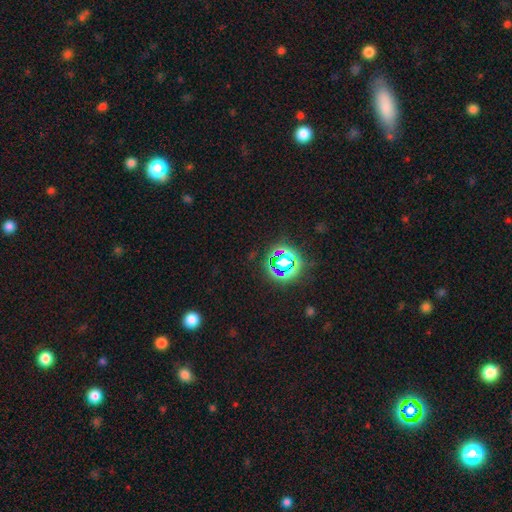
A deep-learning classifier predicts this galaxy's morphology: A star or artifact, not a galaxy (76%).